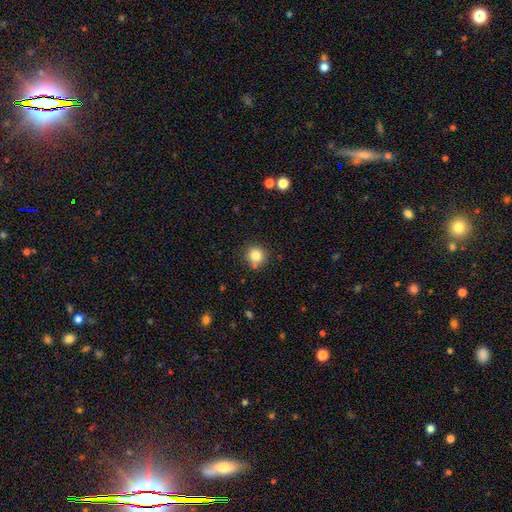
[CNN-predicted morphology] Smooth or featured: smooth — 83% (star or artifact — 11%)
How rounded: round — 93% (in between — 6%)
Merging: none — 82% (minor disturbance — 9%)